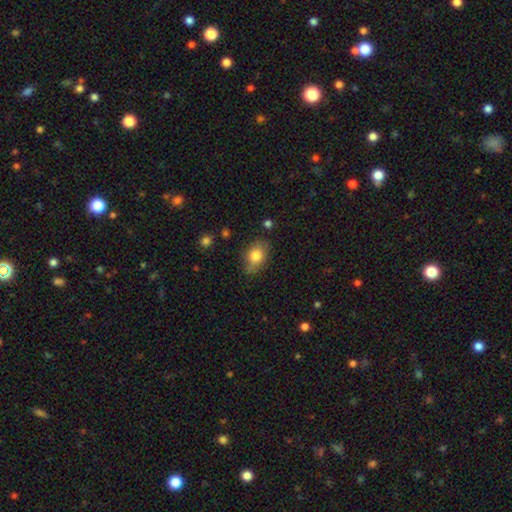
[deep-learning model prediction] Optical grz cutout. It shows a smooth galaxy with no disk features (78%) that is in between round and cigar-shaped (73%). Merging: none (68%).